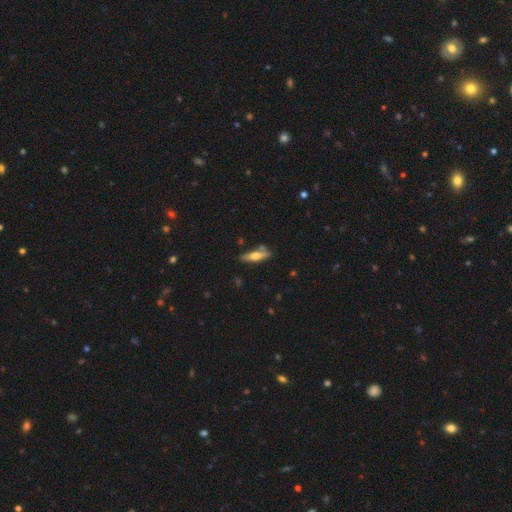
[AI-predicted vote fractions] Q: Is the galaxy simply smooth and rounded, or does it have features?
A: smooth — 53%.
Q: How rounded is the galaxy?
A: cigar-shaped — 68%.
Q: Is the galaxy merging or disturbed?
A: none — 70%.